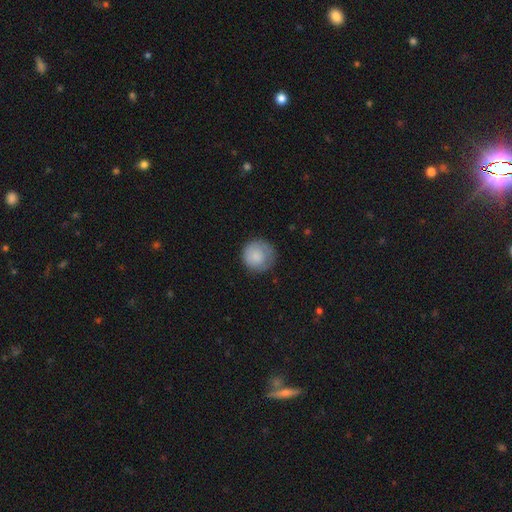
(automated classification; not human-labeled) The model was most divided on "merging": none: 73%, minor disturbance: 18%, major disturbance: 7%, merger: 1%. More confident: how rounded — round (93%); smooth or featured — smooth (79%).